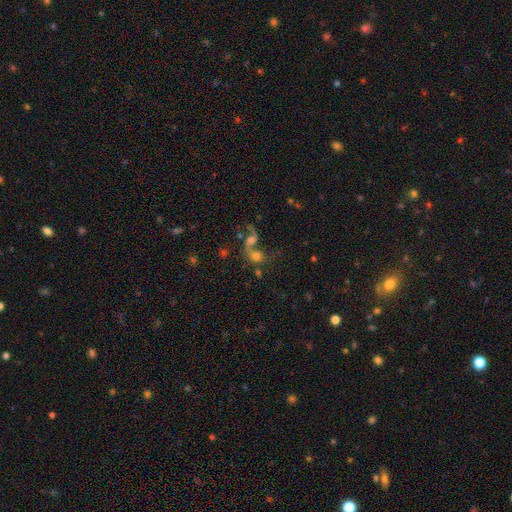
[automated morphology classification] smooth 50%, featured or disk 34%, star or artifact 16%. Down the decision tree: merging — merger (66%).